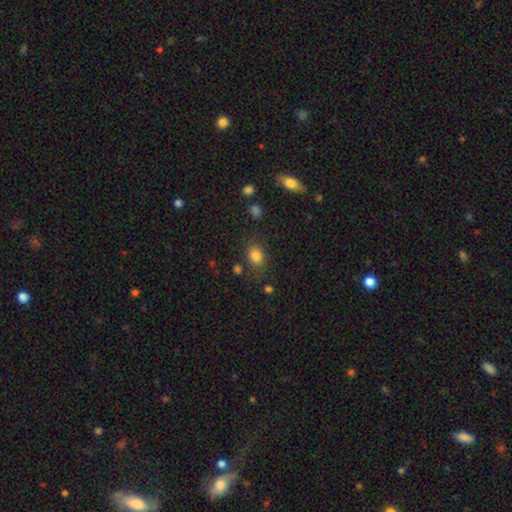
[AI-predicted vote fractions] This appears to be a smooth galaxy with no disk features (81%) that is in between round and cigar-shaped (66%). Merging: none (76%).